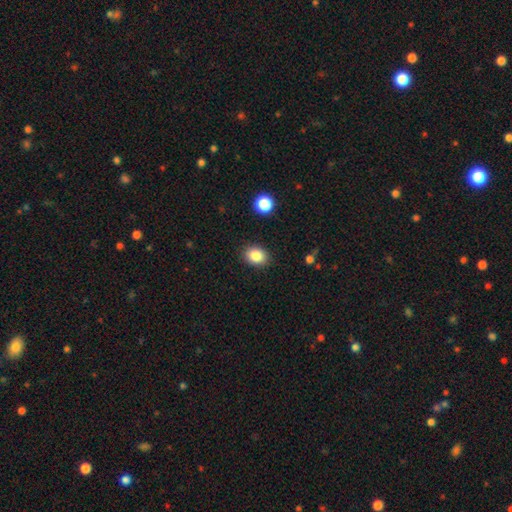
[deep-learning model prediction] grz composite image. It shows a smooth galaxy with no disk features (86%) that is in between round and cigar-shaped (68%). Merging: none (88%).